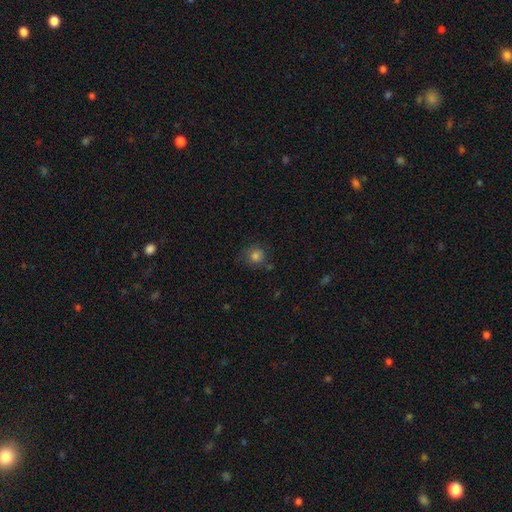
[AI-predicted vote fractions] A smooth galaxy with no disk features (81%) that is round (89%).

Vote fractions:
- Smooth or featured? smooth: 81% / star or artifact: 13% / featured or disk: 6%
- How rounded? round: 89% / in between: 10% / cigar-shaped: 1%
- Merging? none: 73% / minor disturbance: 17% / major disturbance: 5% / merger: 5%